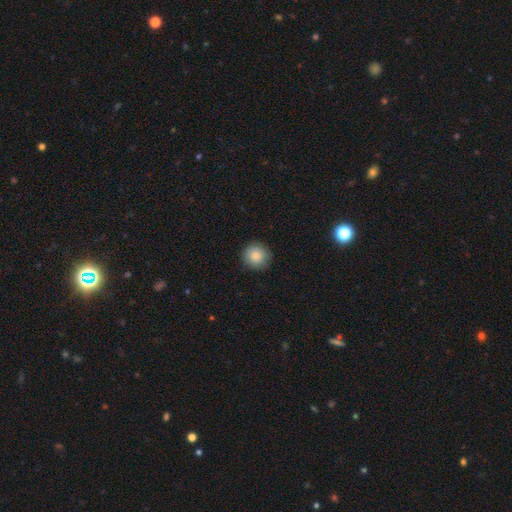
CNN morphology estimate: Smooth or featured?
  - smooth: 85% *
  - star or artifact: 8%
  - featured or disk: 7%
How rounded?
  - round: 93% *
  - in between: 6%
  - cigar-shaped: 1%
Merging?
  - none: 88% *
  - minor disturbance: 9%
  - major disturbance: 2%
  - merger: 1%